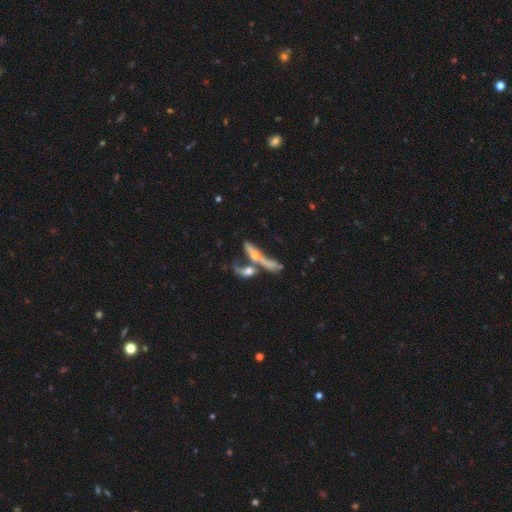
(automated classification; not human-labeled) smooth_or_featured: featured or disk (p=0.64) [alt: smooth p=0.26]
disk_edge_on: yes (p=0.70) [alt: no p=0.30]
merging: merger (p=0.51) [alt: none p=0.30]